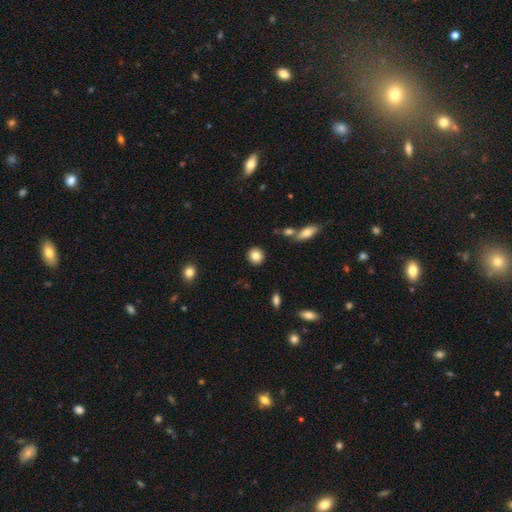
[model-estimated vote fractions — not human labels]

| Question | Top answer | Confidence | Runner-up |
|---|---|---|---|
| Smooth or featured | smooth | 85% | star or artifact (9%) |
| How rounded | round | 88% | in between (11%) |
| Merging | none | 89% | minor disturbance (6%) |